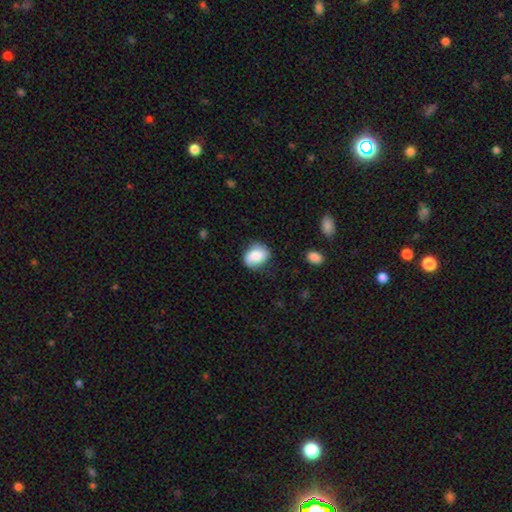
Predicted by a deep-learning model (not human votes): smooth-or-featured: smooth: 74% | featured or disk: 18% | star or artifact: 8%
  how-rounded: in between: 60% | round: 39% | cigar-shaped: 1%
  merging: none: 71% | minor disturbance: 21% | major disturbance: 6% | merger: 2%